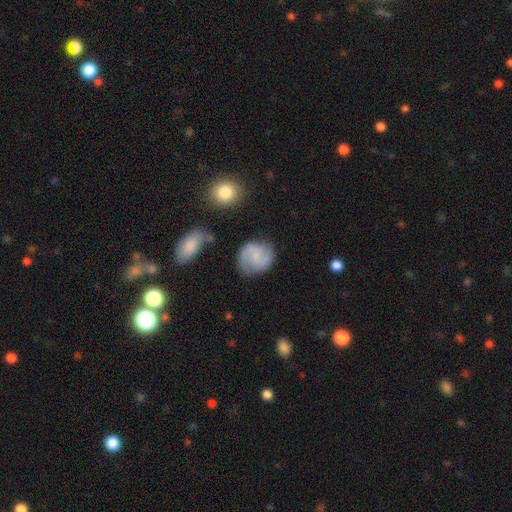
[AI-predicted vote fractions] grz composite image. It shows a featured or disk galaxy (53%) with no bar (52%), spiral arms (90%) and a small central bulge (41%). Merging: none (72%).